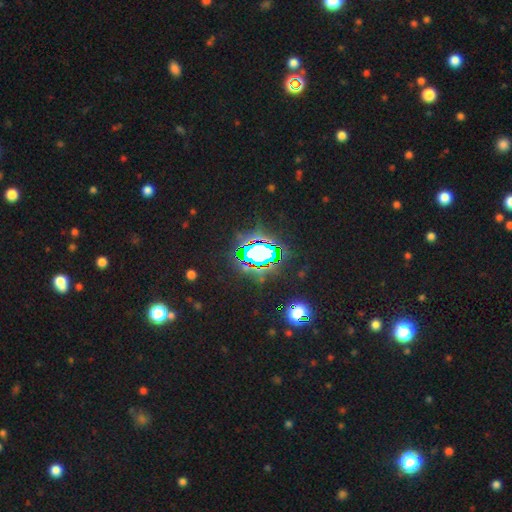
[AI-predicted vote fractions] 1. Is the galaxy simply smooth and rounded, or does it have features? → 79% star or artifact, 12% smooth, 9% featured or disk.